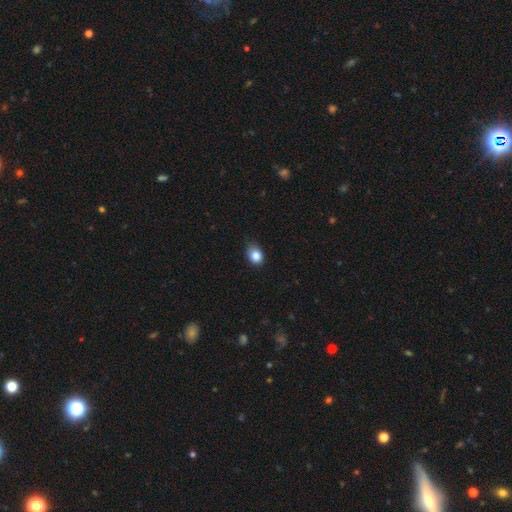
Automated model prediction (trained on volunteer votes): A smooth galaxy with no disk features (85%) that is in between round and cigar-shaped (51%). Merging: none (73%).